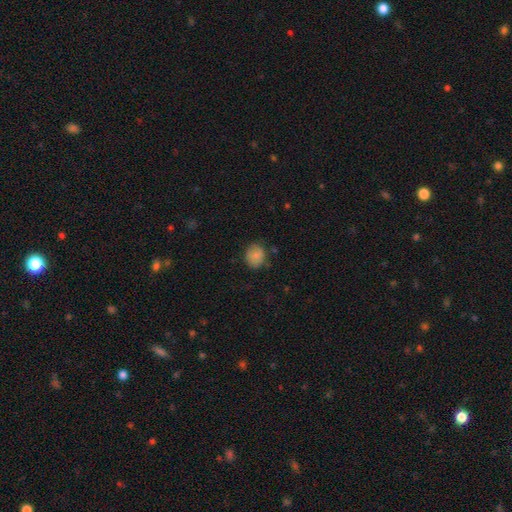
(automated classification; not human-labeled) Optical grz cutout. It shows a smooth galaxy with no disk features (81%) that is round (70%). Merging: none (73%).